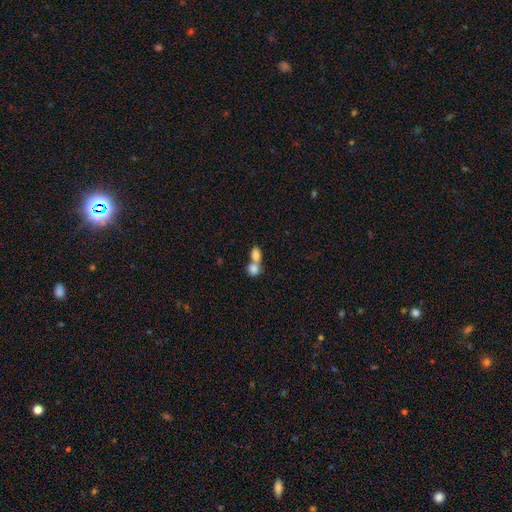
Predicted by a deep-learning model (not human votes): Smooth or featured? smooth (83%)
How rounded? in between (59%)
Merging? merger (71%)